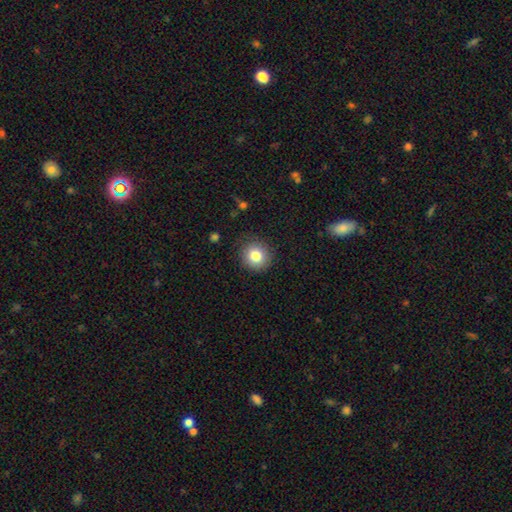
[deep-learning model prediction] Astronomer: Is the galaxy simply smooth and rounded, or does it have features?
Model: smooth — 82%.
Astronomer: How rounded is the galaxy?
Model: round — 89%.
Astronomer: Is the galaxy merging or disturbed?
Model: none — 88%.